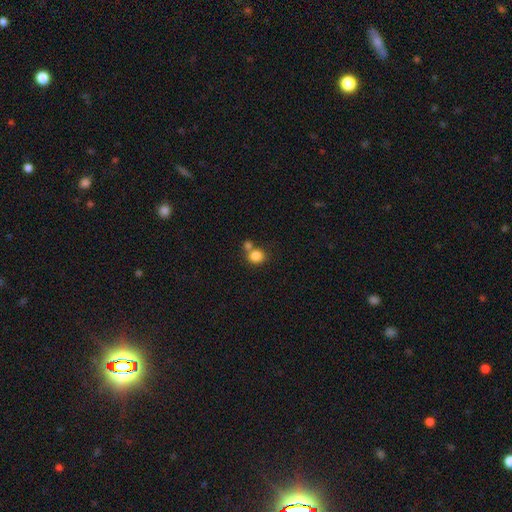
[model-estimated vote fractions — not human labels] A smooth galaxy with no disk features (84%) that is round (79%). Merging: none (52%).